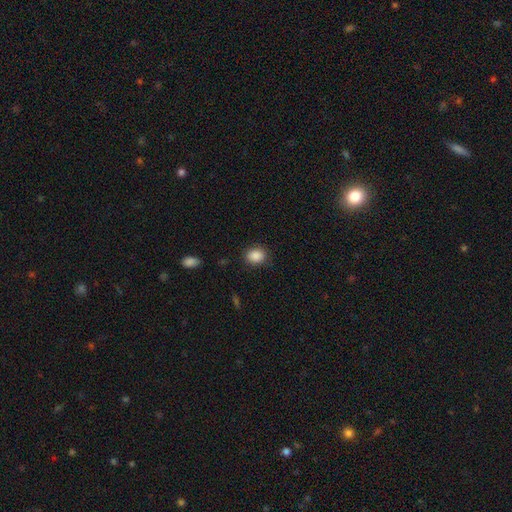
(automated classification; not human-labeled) Smooth or featured?
  - smooth: 88% *
  - star or artifact: 9%
  - featured or disk: 3%
How rounded?
  - round: 50% *
  - in between: 49%
  - cigar-shaped: 1%
Merging?
  - none: 84% *
  - minor disturbance: 11%
  - major disturbance: 3%
  - merger: 1%